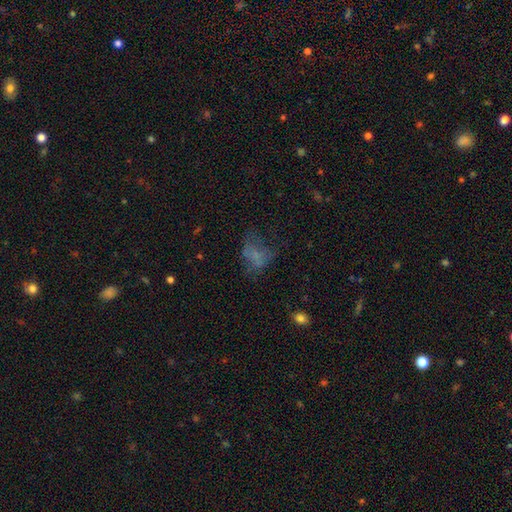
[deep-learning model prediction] The model was most divided on "merging": major disturbance: 38%, none: 36%, minor disturbance: 21%, merger: 5%. Remaining: smooth or featured — smooth (46%).